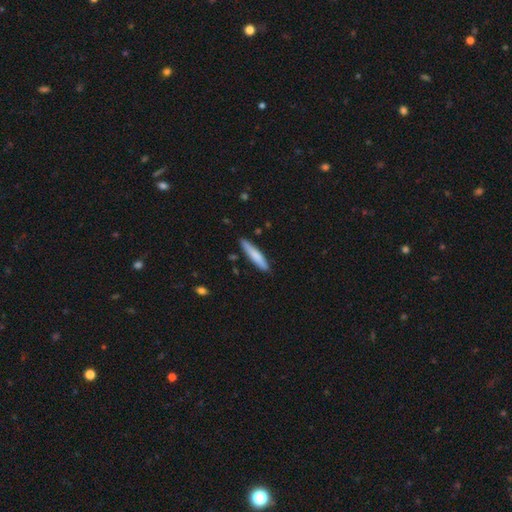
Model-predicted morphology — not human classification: smooth-or-featured: smooth: 77% | featured or disk: 17% | star or artifact: 5%
  how-rounded: cigar-shaped: 88% | in between: 10% | round: 1%
  merging: none: 86% | minor disturbance: 10% | major disturbance: 2% | merger: 2%